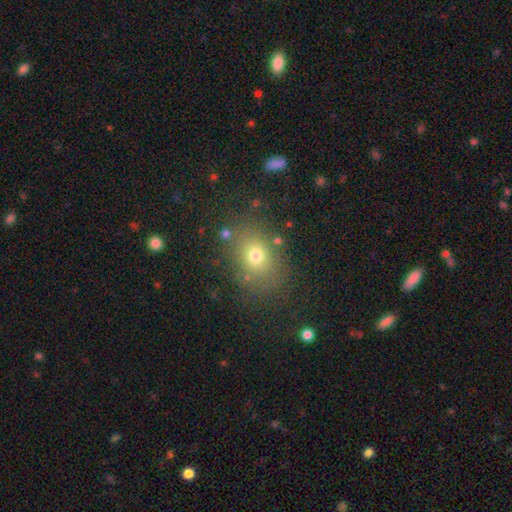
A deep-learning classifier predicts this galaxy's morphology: smooth-or-featured: smooth: 71% | star or artifact: 17% | featured or disk: 12%
  how-rounded: in between: 59% | round: 40% | cigar-shaped: 1%
  merging: none: 80% | minor disturbance: 12% | major disturbance: 5% | merger: 3%